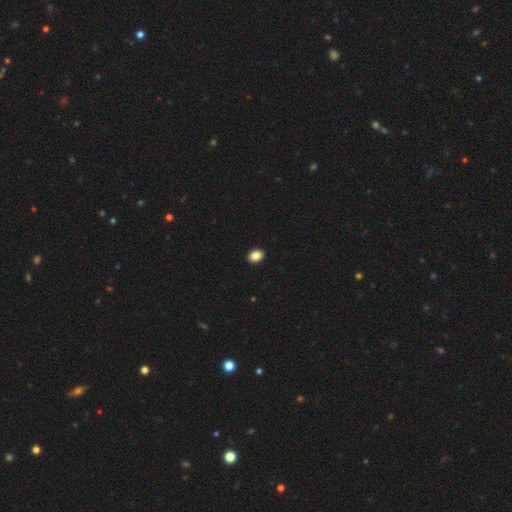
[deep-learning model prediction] A smooth galaxy with no disk features (87%) that is in between round and cigar-shaped (77%).

Vote fractions:
- Smooth or featured? smooth: 87% / star or artifact: 9% / featured or disk: 5%
- How rounded? in between: 77% / round: 22% / cigar-shaped: 1%
- Merging? none: 92% / minor disturbance: 5% / major disturbance: 1% / merger: 1%